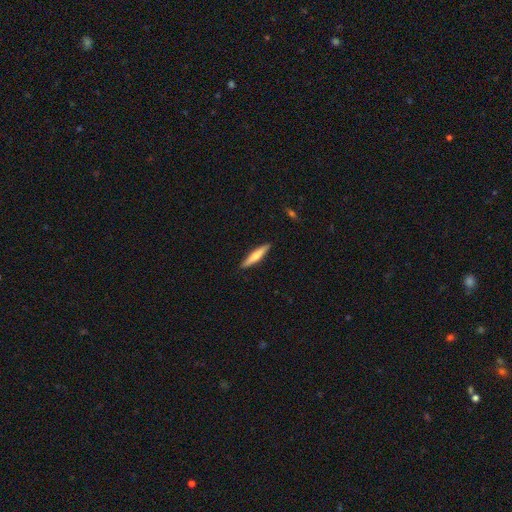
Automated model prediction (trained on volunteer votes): smooth 62%, featured or disk 32%, star or artifact 5%. Down the decision tree: how rounded — cigar-shaped (89%); merging — none (90%).